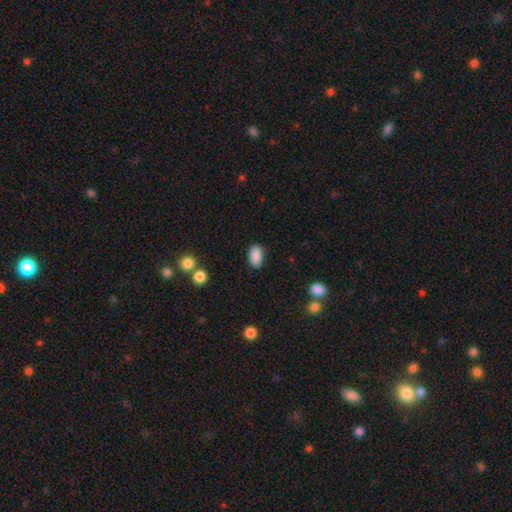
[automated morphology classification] Smooth or featured? smooth (89%)
How rounded? in between (93%)
Merging? none (87%)